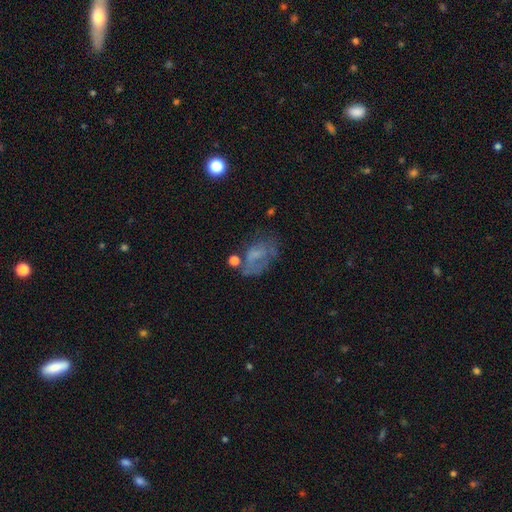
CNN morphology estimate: This appears to be a smooth galaxy with no disk features (44%). Merging: none (40%).